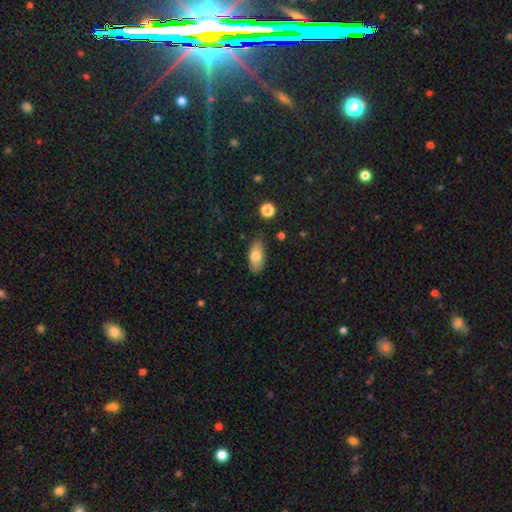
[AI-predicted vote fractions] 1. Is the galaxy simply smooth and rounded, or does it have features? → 76% smooth, 17% featured or disk, 7% star or artifact.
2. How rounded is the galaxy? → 84% in between, 13% cigar-shaped, 4% round.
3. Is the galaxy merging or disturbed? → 81% none, 14% minor disturbance, 3% major disturbance, 2% merger.